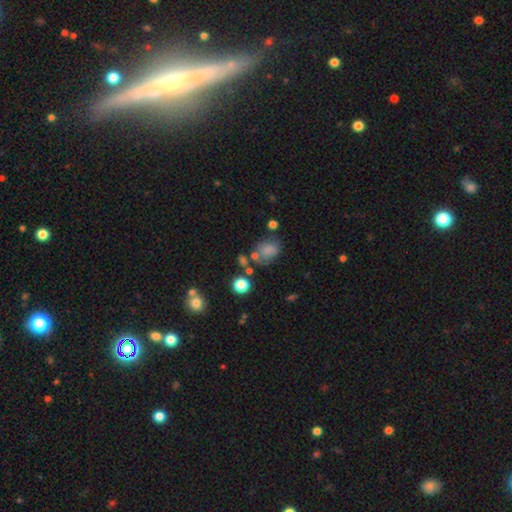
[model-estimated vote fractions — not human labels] Overall: smooth (67%). How rounded: in between (63%; round 36%). Merging: none (59%; minor disturbance 21%).